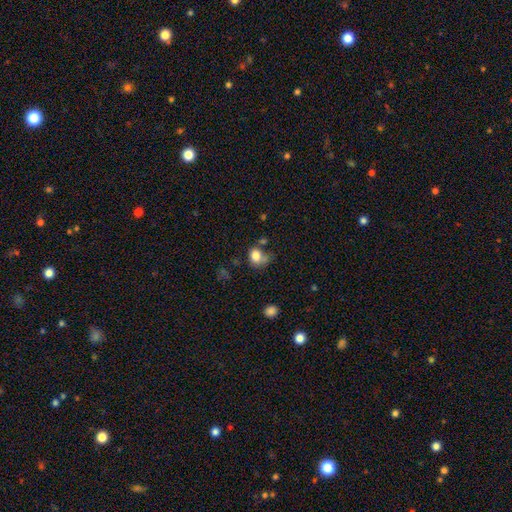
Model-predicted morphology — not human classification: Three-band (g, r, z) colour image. It shows a smooth galaxy with no disk features (80%) that is round (53%). Merging: none (43%).